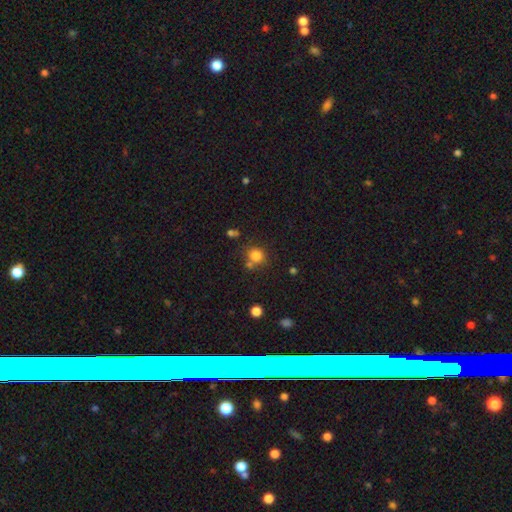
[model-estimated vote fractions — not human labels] Smooth or featured? smooth (81%)
How rounded? round (83%)
Merging? none (65%)